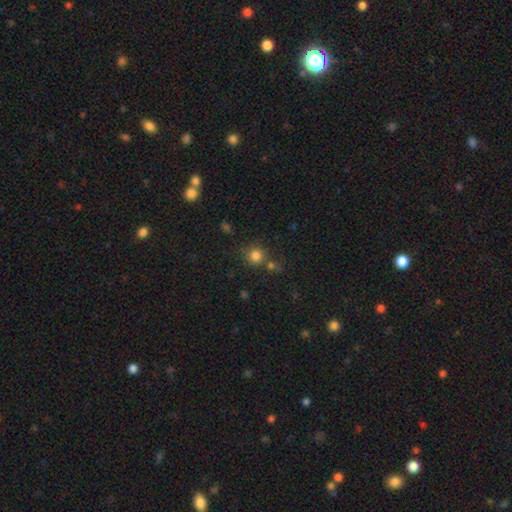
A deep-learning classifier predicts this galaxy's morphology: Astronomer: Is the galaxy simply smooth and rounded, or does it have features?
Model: smooth — 80%.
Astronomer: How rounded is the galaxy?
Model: round — 89%.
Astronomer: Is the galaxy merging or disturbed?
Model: none — 68%.